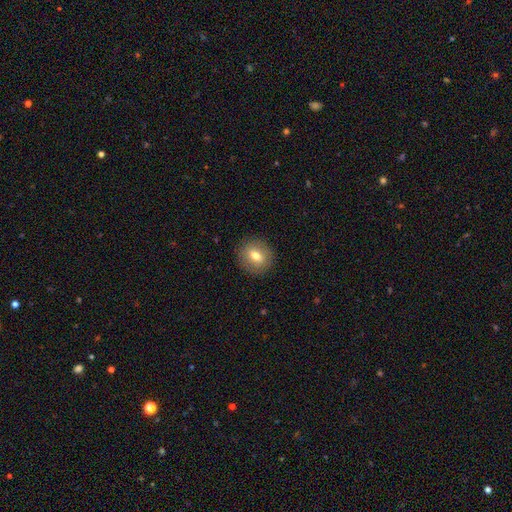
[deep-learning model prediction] A smooth galaxy with no disk features (71%) that is round (80%).

Vote fractions:
- Smooth or featured? smooth: 71% / featured or disk: 20% / star or artifact: 9%
- How rounded? round: 80% / in between: 19% / cigar-shaped: 1%
- Merging? none: 89% / minor disturbance: 8% / major disturbance: 3% / merger: 1%